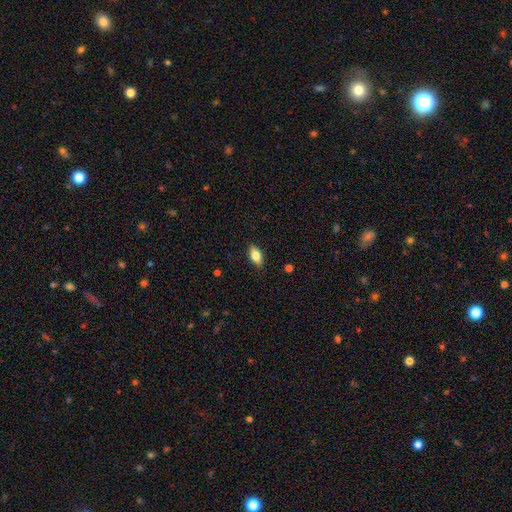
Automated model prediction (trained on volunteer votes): This is likely a smooth galaxy (79%). How rounded: clearly in between (89%). Merging: clearly none (87%).